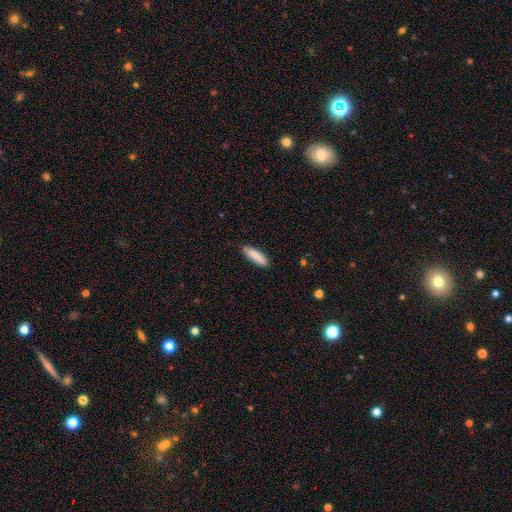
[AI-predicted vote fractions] This is clearly a smooth galaxy (84%). How rounded: likely cigar-shaped (70%). Merging: clearly none (88%).